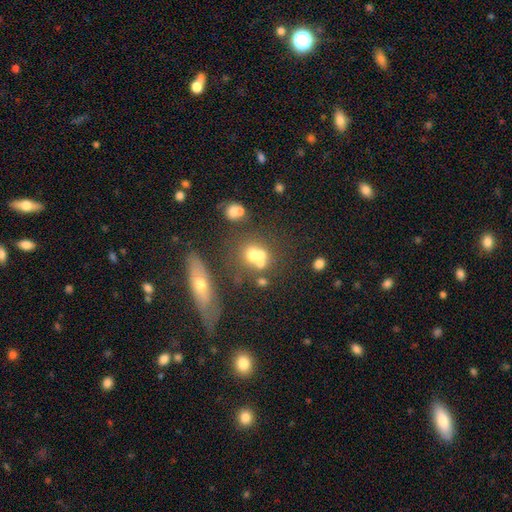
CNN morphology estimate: This is possibly a smooth galaxy (57%). How rounded: likely round (72%). Merging: possibly merger (51%).